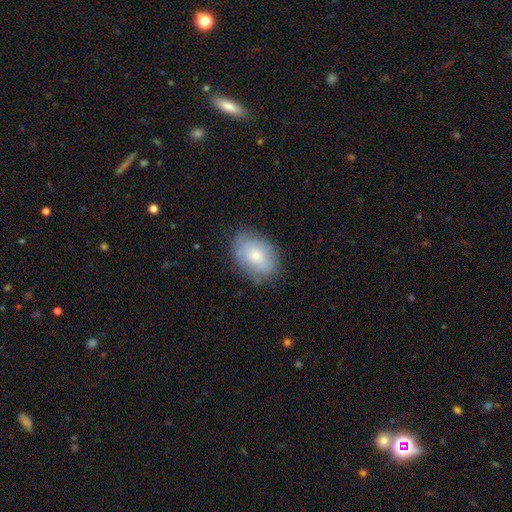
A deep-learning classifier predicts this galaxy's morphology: A smooth galaxy with no disk features (67%) that is in between round and cigar-shaped (81%). Merging: none (76%).